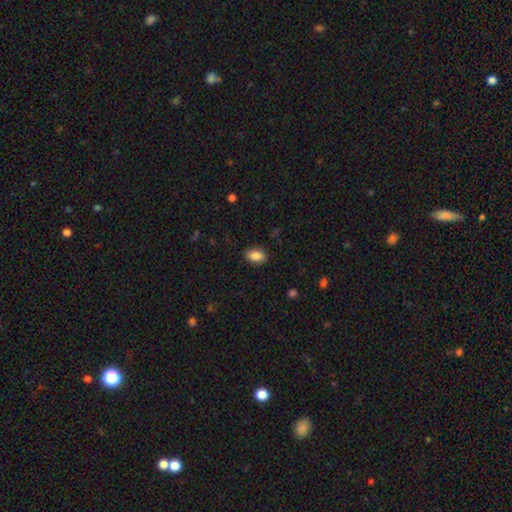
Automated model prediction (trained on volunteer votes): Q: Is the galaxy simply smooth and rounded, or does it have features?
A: smooth — 86%.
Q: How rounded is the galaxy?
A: in between — 89%.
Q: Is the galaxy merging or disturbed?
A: none — 86%.